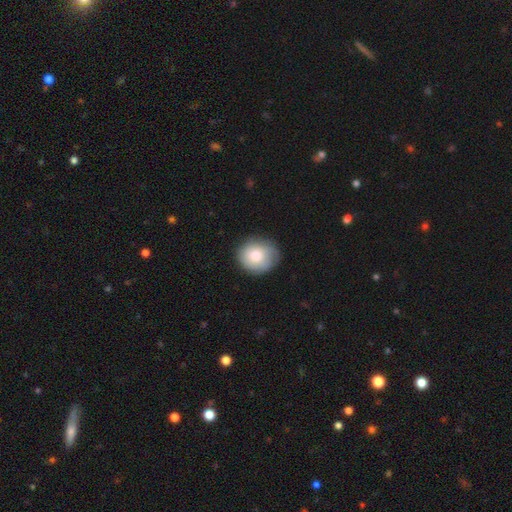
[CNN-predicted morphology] Q: Smooth or featured?
A: smooth (73%); runner-up: featured or disk (19%)
Q: How rounded?
A: round (78%); runner-up: in between (21%)
Q: Merging?
A: none (78%); runner-up: minor disturbance (17%)